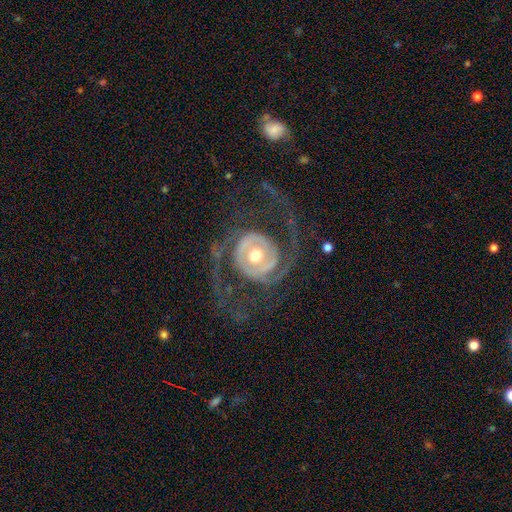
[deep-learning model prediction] Overall: featured or disk (87%). Edge-on disk: no (97%). Bar: no (66%). Spiral arms: yes (87%). Spiral arm count: 2 (69%). Spiral winding: medium (38%; loose 37%). Bulge size: moderate (71%). Merging: none (59%; major disturbance 27%).